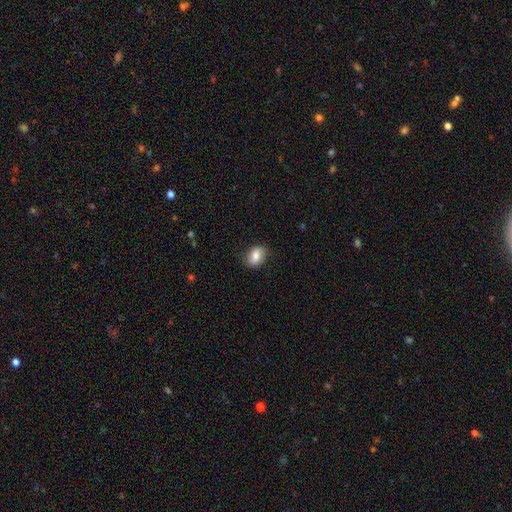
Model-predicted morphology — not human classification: Smooth or featured?
  - smooth: 79% *
  - featured or disk: 13%
  - star or artifact: 8%
How rounded?
  - in between: 72% *
  - round: 27%
  - cigar-shaped: 2%
Merging?
  - none: 82% *
  - minor disturbance: 14%
  - major disturbance: 3%
  - merger: 1%